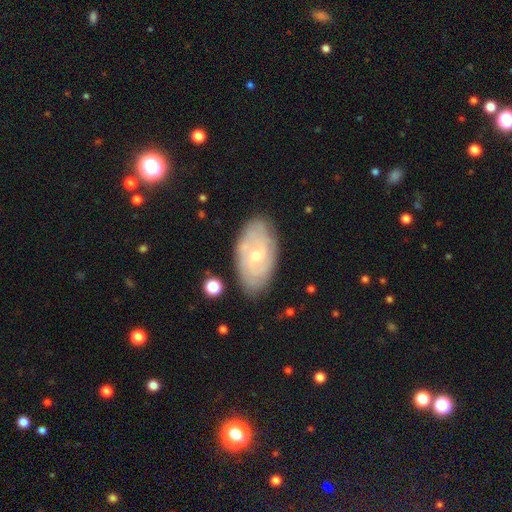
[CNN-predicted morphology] smooth-or-featured: featured or disk: 75% | smooth: 19% | star or artifact: 6%
  disk-edge-on: no: 95% | yes: 5%
    bar: no: 63% | weak: 32% | strong: 5%
    has-spiral-arms: yes: 90% | no: 10%
      spiral-winding: tight: 67% | medium: 26% | loose: 7%
      spiral-arm-count: can't tell: 43% | 2: 25% | 3: 15% | 4: 9% | more than 4: 4% | 1: 4%
    bulge-size: small: 55% | moderate: 41% | none: 1% | large: 1% | dominant: 1%
  merging: none: 79% | minor disturbance: 15% | major disturbance: 4% | merger: 2%